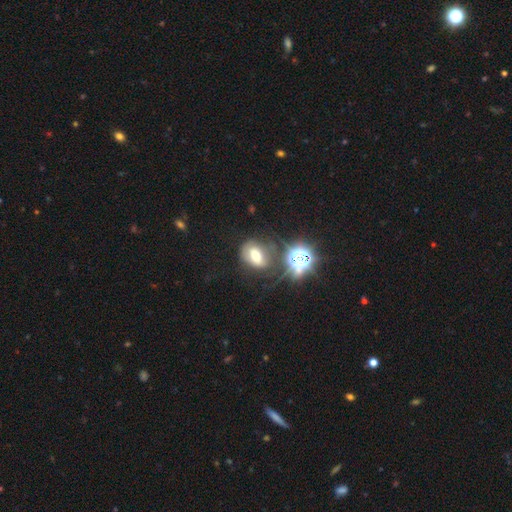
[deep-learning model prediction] Smooth or featured? smooth (50%)
How rounded? in between (66%)
Merging? none (56%)